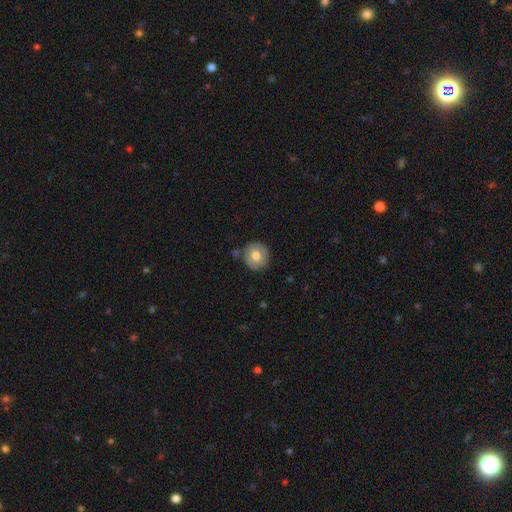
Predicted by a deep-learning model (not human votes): The model was most divided on "smooth or featured": smooth: 69%, featured or disk: 24%, star or artifact: 7%. More confident: how rounded — round (89%); merging — none (82%).